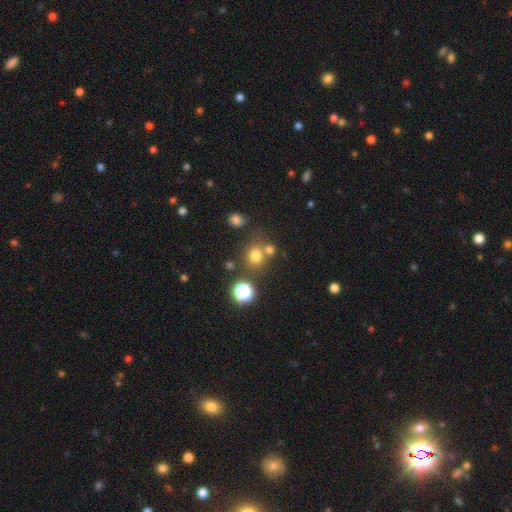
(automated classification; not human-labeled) Overall: smooth (71%). How rounded: round (79%). Merging: none (65%).